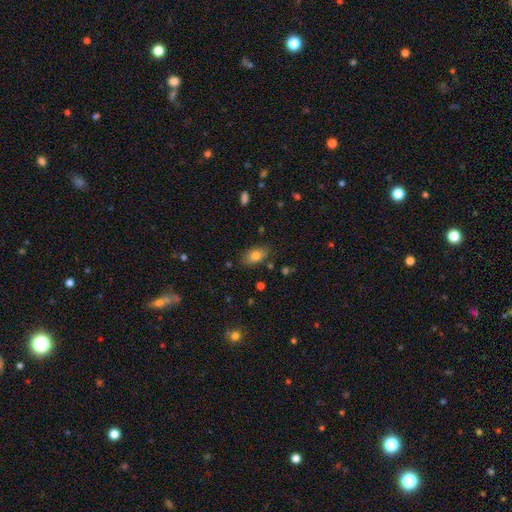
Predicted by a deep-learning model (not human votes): Morphology: type=smooth (78%); roundness=in between (89%); merging=none (82%).